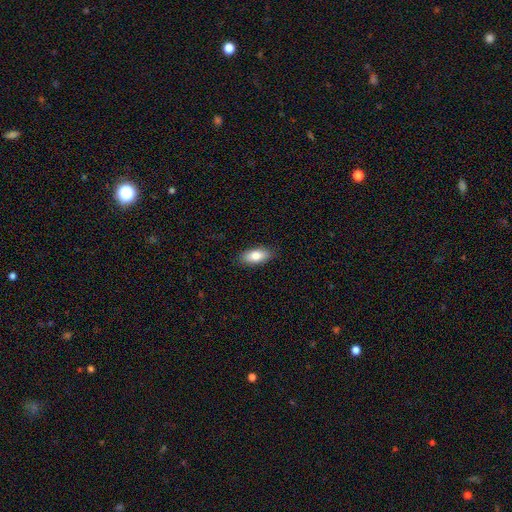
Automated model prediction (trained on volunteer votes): smooth 82%, featured or disk 12%, star or artifact 7%. Down the decision tree: how rounded — in between (87%); merging — none (88%).